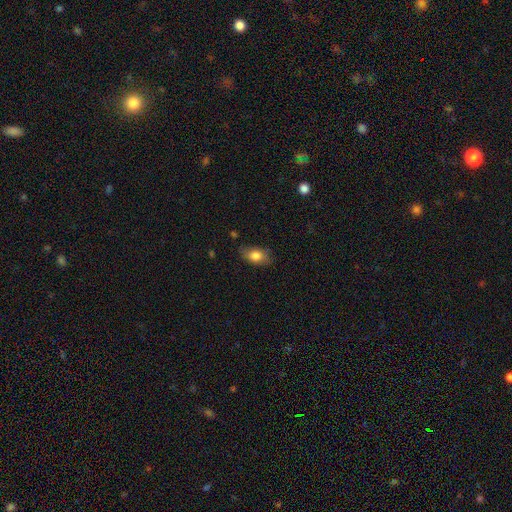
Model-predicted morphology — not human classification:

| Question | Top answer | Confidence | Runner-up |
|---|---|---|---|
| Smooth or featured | smooth | 81% | featured or disk (11%) |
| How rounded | in between | 86% | round (11%) |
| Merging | none | 76% | minor disturbance (19%) |